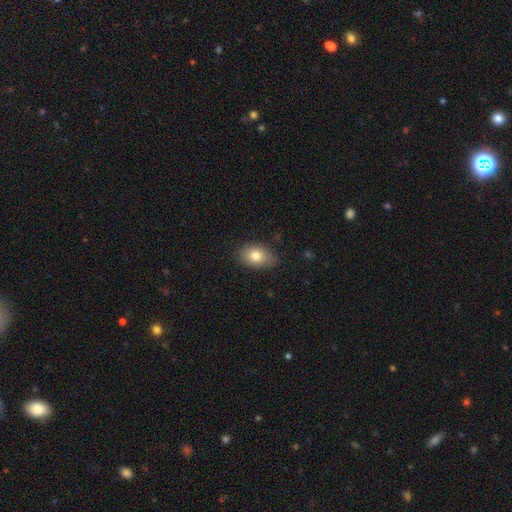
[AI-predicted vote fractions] Smooth or featured? smooth (81%)
How rounded? in between (83%)
Merging? none (81%)